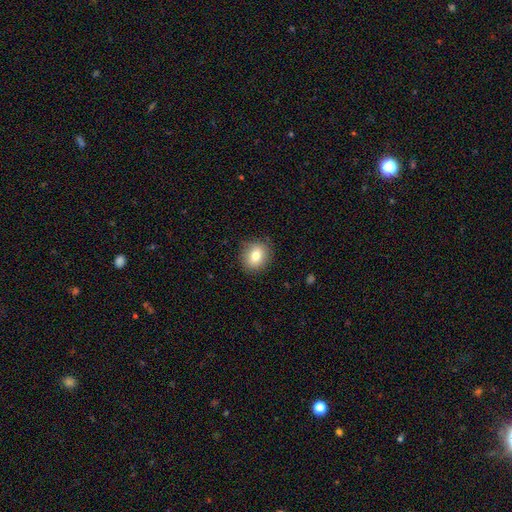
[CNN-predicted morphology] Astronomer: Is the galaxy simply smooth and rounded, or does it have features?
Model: smooth — 79%.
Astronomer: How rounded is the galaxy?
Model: round — 66%.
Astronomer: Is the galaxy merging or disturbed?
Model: none — 86%.